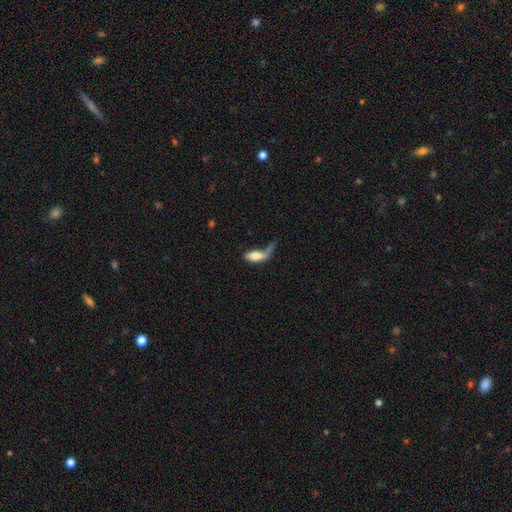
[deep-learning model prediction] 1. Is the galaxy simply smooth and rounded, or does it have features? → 69% smooth, 24% featured or disk, 7% star or artifact.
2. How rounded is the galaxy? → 75% in between, 21% cigar-shaped, 4% round.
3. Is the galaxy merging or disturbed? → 43% major disturbance, 23% none, 22% minor disturbance, 12% merger.